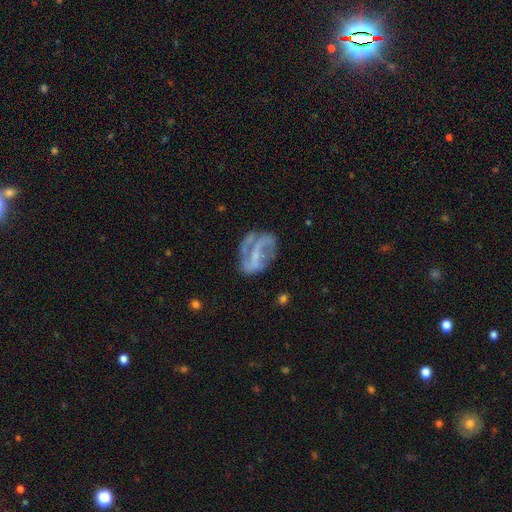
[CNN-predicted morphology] Smooth or featured: featured or disk — 76% (smooth — 16%)
Edge-on disk: no — 97% (yes — 3%)
Bar: weak — 40% (no — 30%)
Spiral arms: yes — 78% (no — 22%)
Spiral winding: loose — 45% (medium — 37%)
Spiral arm count: 2 — 60% (can't tell — 17%)
Bulge size: small — 48% (none — 33%)
Merging: none — 50% (major disturbance — 23%)